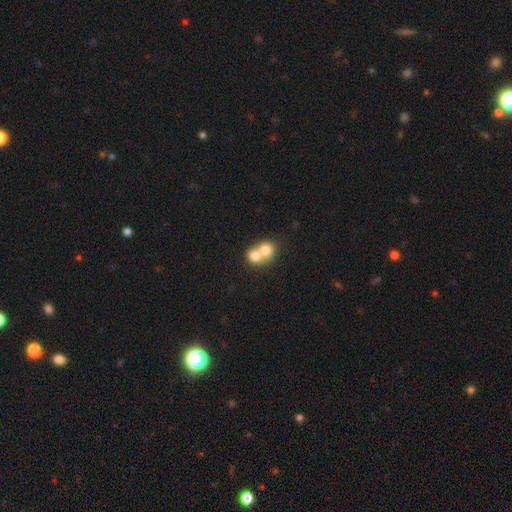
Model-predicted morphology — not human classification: The model was most divided on "how rounded": round: 64%, in between: 35%, cigar-shaped: 1%. More confident: merging — merger (75%); smooth or featured — smooth (74%).